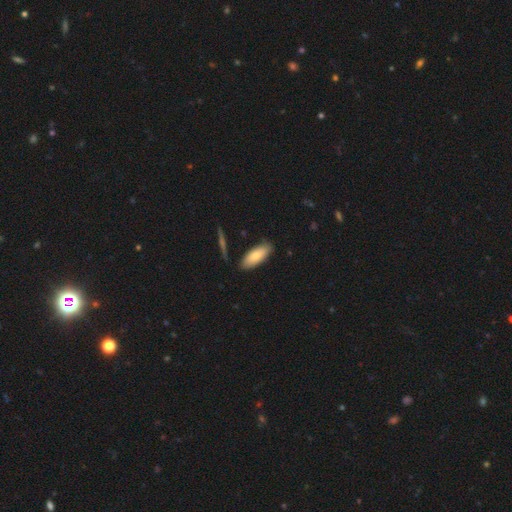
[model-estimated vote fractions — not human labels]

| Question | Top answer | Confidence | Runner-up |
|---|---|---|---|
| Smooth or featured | smooth | 78% | featured or disk (16%) |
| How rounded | in between | 77% | cigar-shaped (21%) |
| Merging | none | 83% | minor disturbance (12%) |